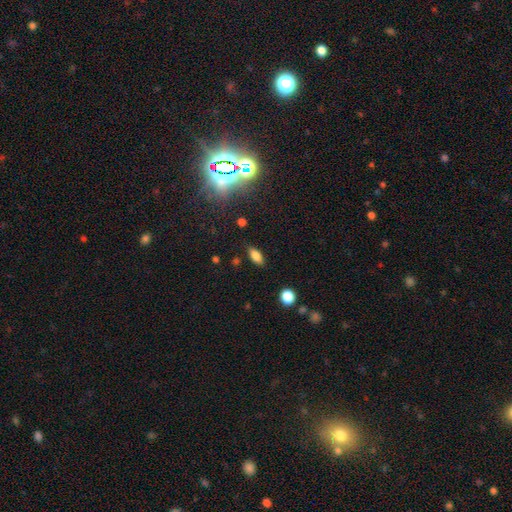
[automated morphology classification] smooth 81%, star or artifact 11%, featured or disk 8%. Down the decision tree: how rounded — in between (85%); merging — none (83%).